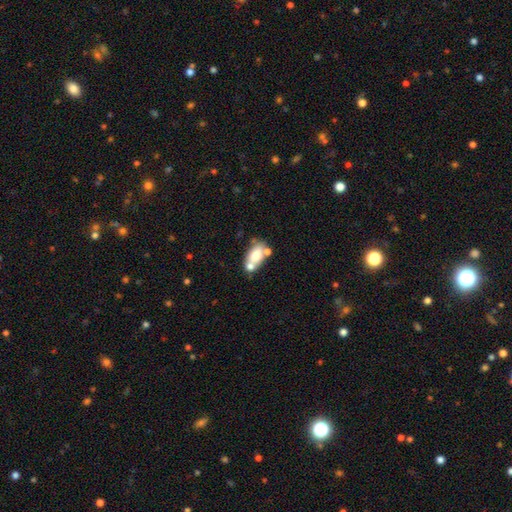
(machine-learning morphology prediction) Smooth or featured? Predicted: smooth (p=0.61). How rounded? Predicted: in between (p=0.85). Merging? Predicted: none (p=0.42).